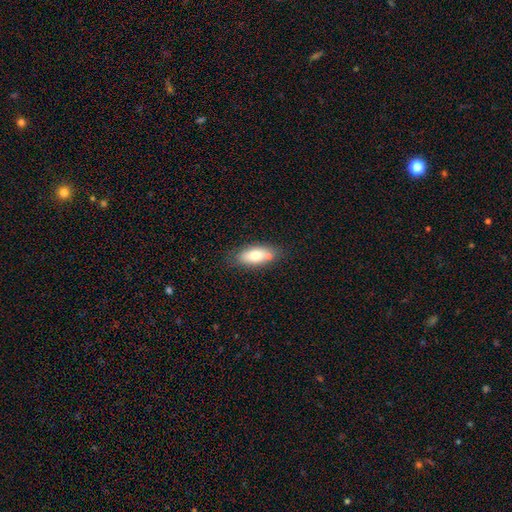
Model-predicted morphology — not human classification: type=smooth (72%); roundness=in between (81%); merging=none (70%).